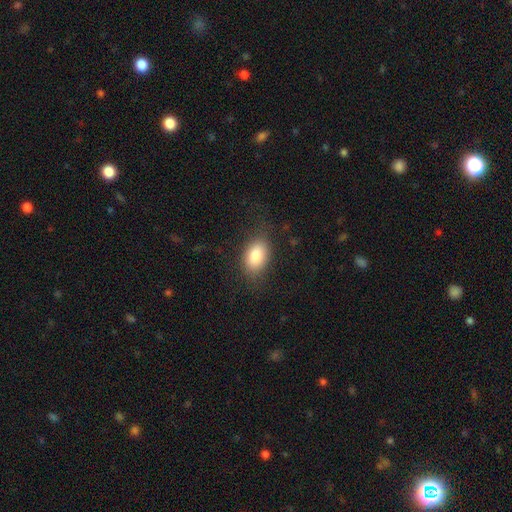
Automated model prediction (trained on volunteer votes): Overall: smooth (84%). How rounded: in between (88%). Merging: none (78%).